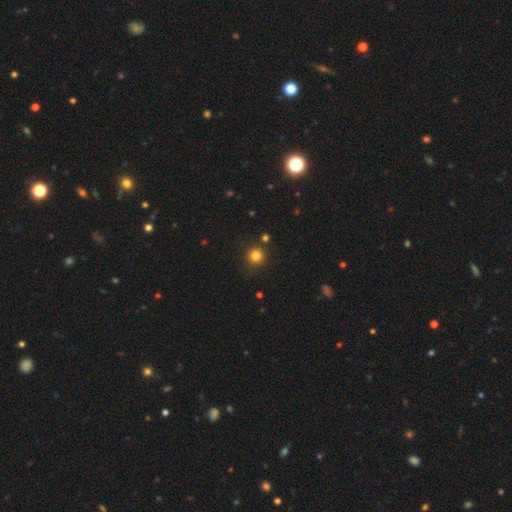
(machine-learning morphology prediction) A smooth galaxy with no disk features (82%) that is round (94%).

Vote fractions:
- Smooth or featured? smooth: 82% / star or artifact: 13% / featured or disk: 5%
- How rounded? round: 94% / in between: 6% / cigar-shaped: 1%
- Merging? none: 87% / minor disturbance: 6% / merger: 4% / major disturbance: 2%